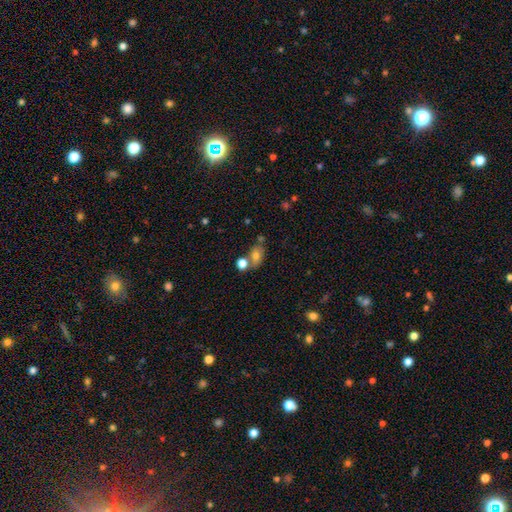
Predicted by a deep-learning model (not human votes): A smooth galaxy with no disk features (71%) that is in between round and cigar-shaped (73%).

Vote fractions:
- Smooth or featured? smooth: 71% / featured or disk: 17% / star or artifact: 12%
- How rounded? in between: 73% / round: 24% / cigar-shaped: 3%
- Merging? none: 52% / merger: 27% / minor disturbance: 15% / major disturbance: 6%